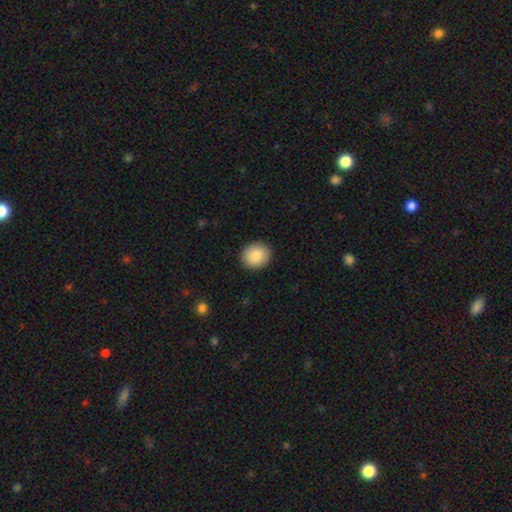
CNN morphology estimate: smooth-or-featured: smooth: 88% | star or artifact: 7% | featured or disk: 5%
  how-rounded: round: 78% | in between: 21% | cigar-shaped: 1%
  merging: none: 91% | minor disturbance: 6% | major disturbance: 2% | merger: 1%